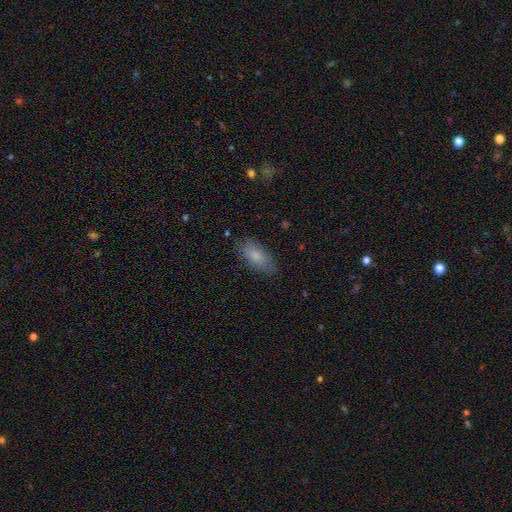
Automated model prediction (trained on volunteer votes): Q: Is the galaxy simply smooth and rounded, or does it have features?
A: smooth — 79%.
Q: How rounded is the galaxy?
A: in between — 85%.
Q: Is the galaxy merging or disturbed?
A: none — 81%.